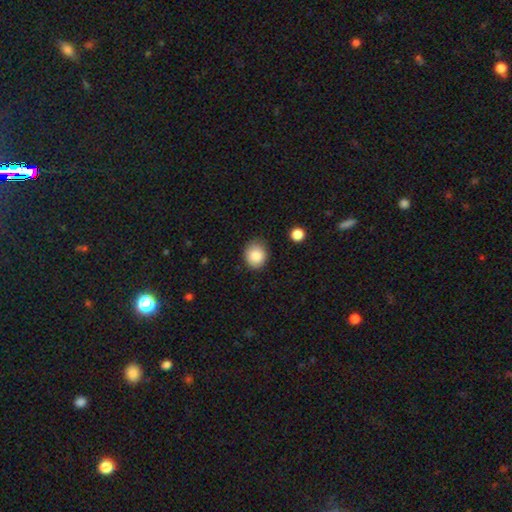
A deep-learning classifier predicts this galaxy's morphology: Smooth or featured? smooth (86%)
How rounded? round (64%)
Merging? none (80%)